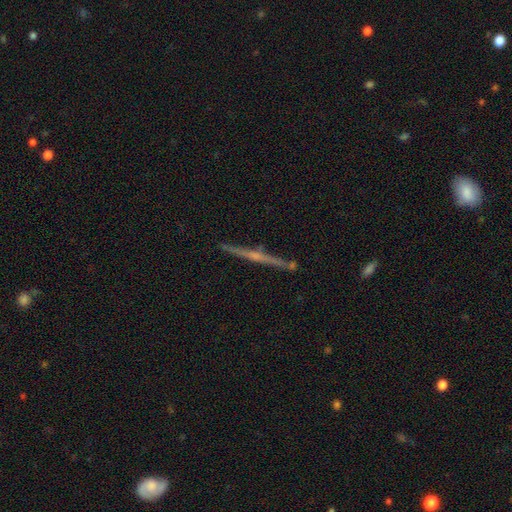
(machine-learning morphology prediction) smooth_or_featured: featured or disk (p=0.81) [alt: smooth p=0.12]
disk_edge_on: yes (p=0.98) [alt: no p=0.02]
edge_on_bulge: rounded (p=0.78) [alt: none p=0.15]
merging: none (p=0.89) [alt: minor disturbance p=0.07]